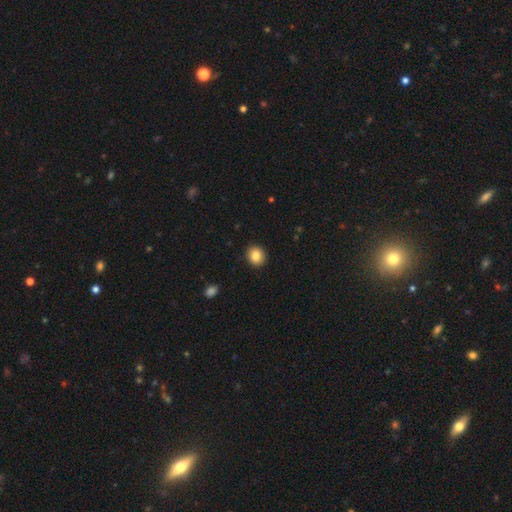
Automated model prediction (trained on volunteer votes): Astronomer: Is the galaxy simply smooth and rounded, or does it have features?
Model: smooth — 86%.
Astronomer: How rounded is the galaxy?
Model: round — 77%.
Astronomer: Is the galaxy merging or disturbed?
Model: none — 91%.